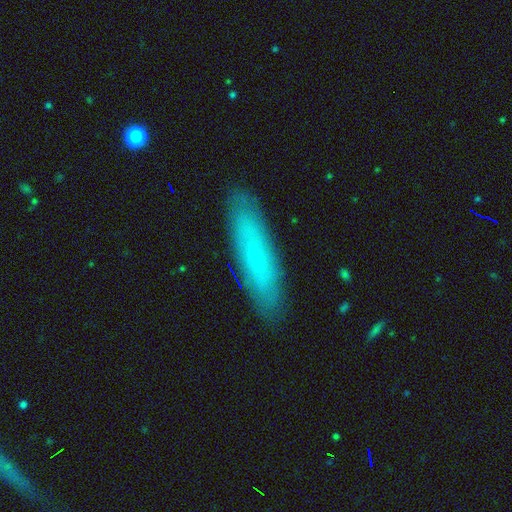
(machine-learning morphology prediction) Smooth or featured? Predicted: smooth (p=0.63). How rounded? Predicted: cigar-shaped (p=0.74). Merging? Predicted: none (p=0.88).